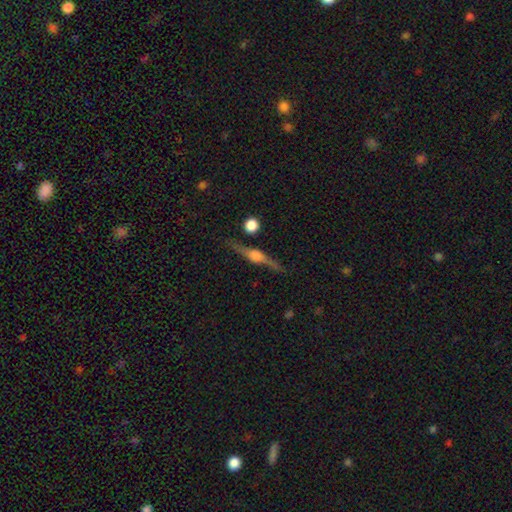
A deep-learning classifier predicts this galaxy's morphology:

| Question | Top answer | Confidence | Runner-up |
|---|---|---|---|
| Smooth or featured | featured or disk | 80% | smooth (13%) |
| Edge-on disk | yes | 97% | no (3%) |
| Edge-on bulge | rounded | 87% | boxy (10%) |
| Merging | none | 86% | minor disturbance (9%) |